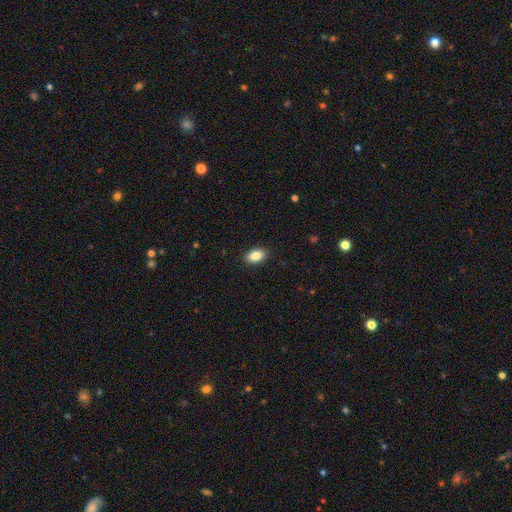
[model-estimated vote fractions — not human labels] A smooth galaxy with no disk features (86%) that is in between round and cigar-shaped (89%).

Vote fractions:
- Smooth or featured? smooth: 86% / star or artifact: 8% / featured or disk: 6%
- How rounded? in between: 89% / round: 9% / cigar-shaped: 2%
- Merging? none: 89% / minor disturbance: 8% / major disturbance: 2% / merger: 1%